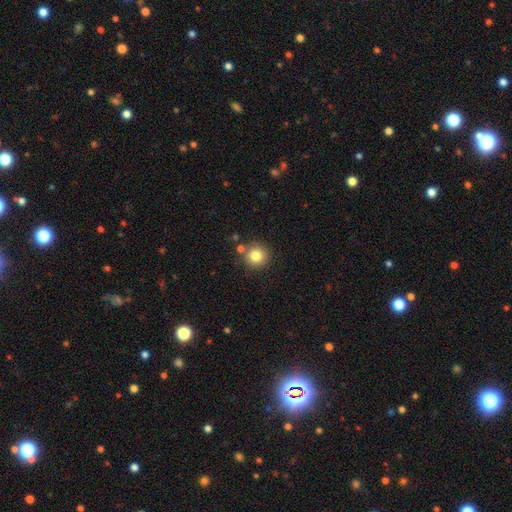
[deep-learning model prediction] Q: Smooth or featured?
A: smooth (80%); runner-up: star or artifact (12%)
Q: How rounded?
A: round (94%); runner-up: in between (5%)
Q: Merging?
A: none (81%); runner-up: merger (8%)